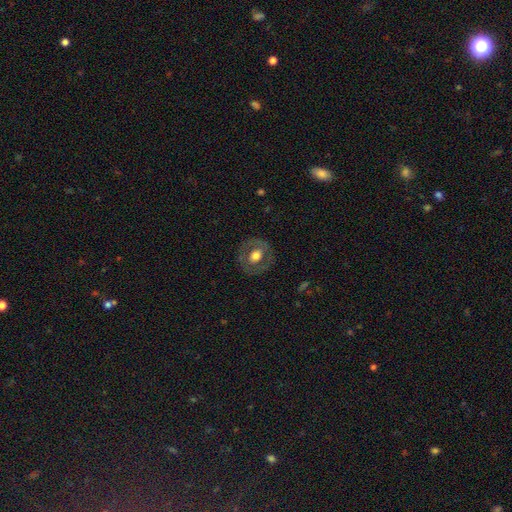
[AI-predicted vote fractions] Smooth or featured? smooth (47%)
Merging? none (81%)